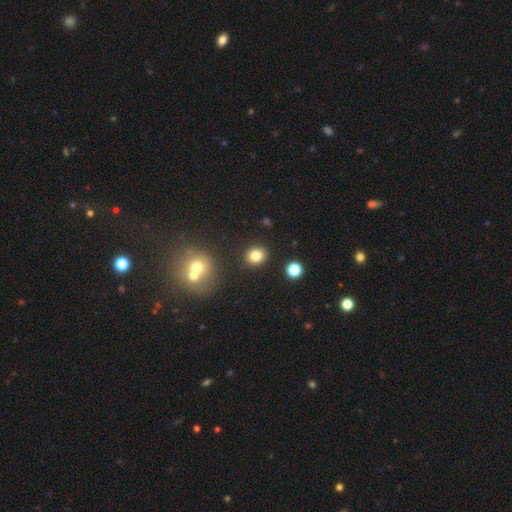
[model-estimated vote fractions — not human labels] A smooth galaxy with no disk features (81%) that is round (73%). Merging: none (86%).